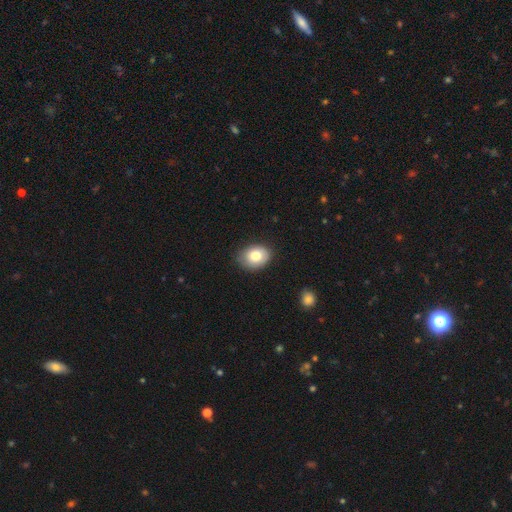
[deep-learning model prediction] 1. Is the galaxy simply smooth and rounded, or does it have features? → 79% smooth, 13% featured or disk, 8% star or artifact.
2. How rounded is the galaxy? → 63% in between, 37% round, 1% cigar-shaped.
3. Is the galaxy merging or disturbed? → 80% none, 16% minor disturbance, 3% major disturbance, 1% merger.